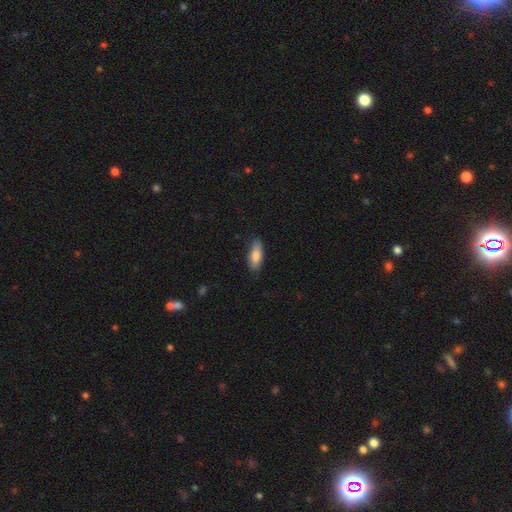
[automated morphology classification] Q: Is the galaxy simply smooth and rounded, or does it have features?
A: smooth — 80%.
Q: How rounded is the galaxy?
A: in between — 76%.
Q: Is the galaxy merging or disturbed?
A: none — 81%.